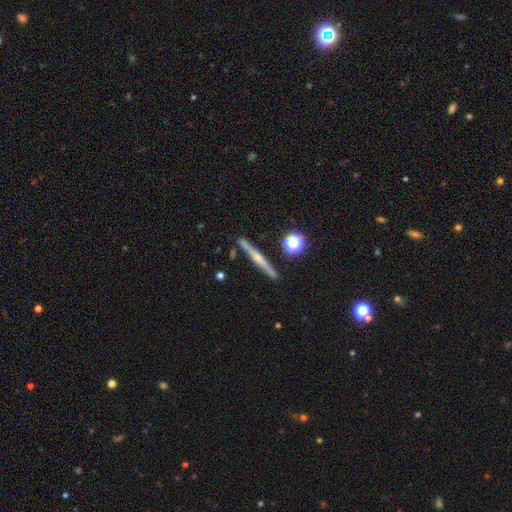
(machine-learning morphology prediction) A featured or disk galaxy (71%) viewed edge-on (98%) with a rounded central bulge (71%). Merging: none (88%).